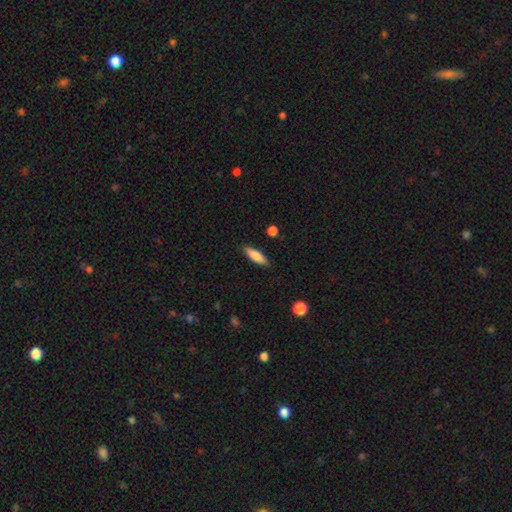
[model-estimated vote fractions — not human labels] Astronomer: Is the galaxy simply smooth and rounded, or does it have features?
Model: smooth — 81%.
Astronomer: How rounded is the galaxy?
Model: cigar-shaped — 54% (runner-up: in between, 44%).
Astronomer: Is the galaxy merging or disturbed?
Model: none — 87%.